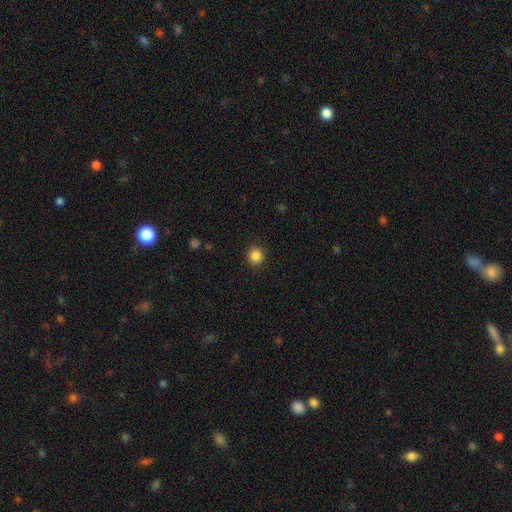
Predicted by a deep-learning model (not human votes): Smooth or featured? Predicted: smooth (p=0.86). How rounded? Predicted: round (p=0.90). Merging? Predicted: none (p=0.91).